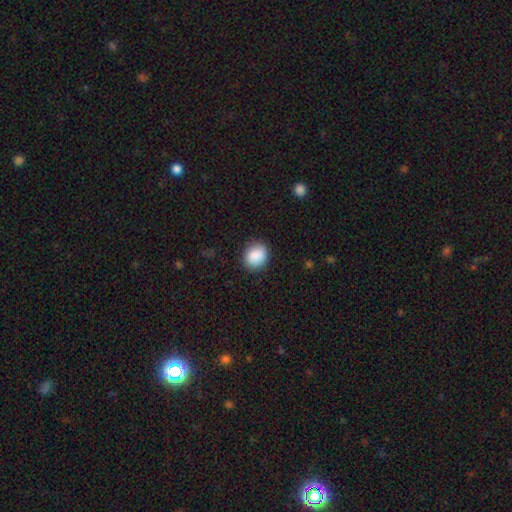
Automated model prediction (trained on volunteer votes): Smooth or featured: smooth — 87% (star or artifact — 7%)
How rounded: round — 63% (in between — 36%)
Merging: none — 86% (minor disturbance — 10%)